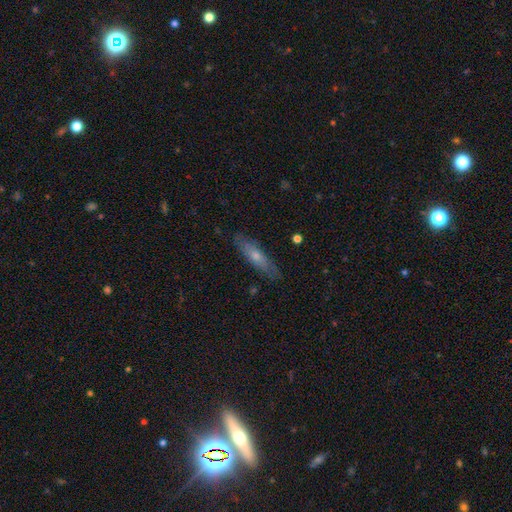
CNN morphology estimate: The model was most divided on "smooth or featured": smooth: 48%, featured or disk: 45%, star or artifact: 7%. More confident: merging — none (85%).